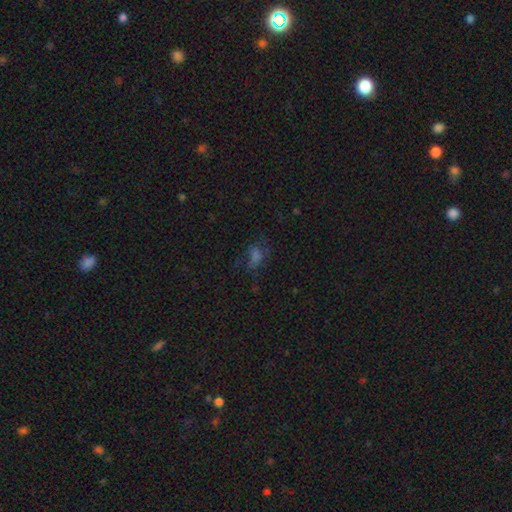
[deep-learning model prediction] A smooth galaxy with no disk features (47%).

Vote fractions:
- Smooth or featured? smooth: 47% / star or artifact: 34% / featured or disk: 19%
- Merging? none: 49% / major disturbance: 26% / minor disturbance: 22% / merger: 3%